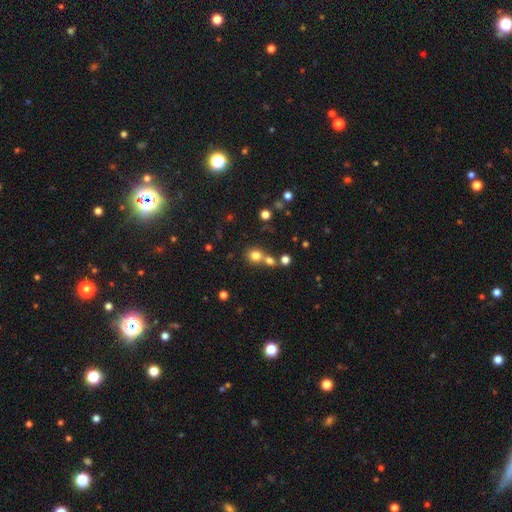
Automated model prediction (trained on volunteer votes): This is likely a smooth galaxy (77%). How rounded: clearly round (82%). Merging: possibly none (52%).